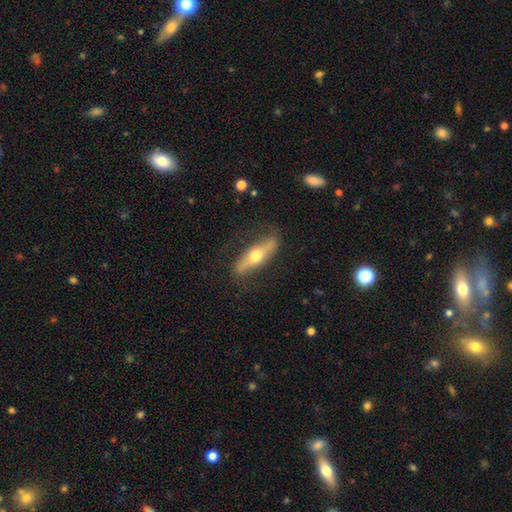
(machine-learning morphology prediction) smooth_or_featured: featured or disk (p=0.57) [alt: smooth p=0.37]
disk_edge_on: yes (p=0.81) [alt: no p=0.19]
merging: none (p=0.81) [alt: minor disturbance p=0.14]